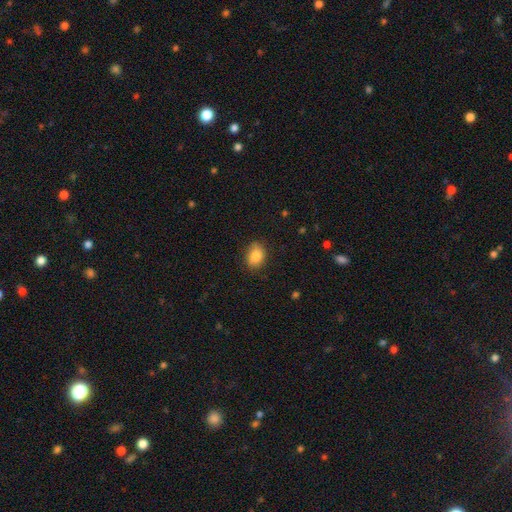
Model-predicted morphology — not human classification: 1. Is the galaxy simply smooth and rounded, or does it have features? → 86% smooth, 8% star or artifact, 6% featured or disk.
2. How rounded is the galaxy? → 70% in between, 29% round, 1% cigar-shaped.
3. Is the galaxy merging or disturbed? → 79% none, 16% minor disturbance, 3% major disturbance, 1% merger.